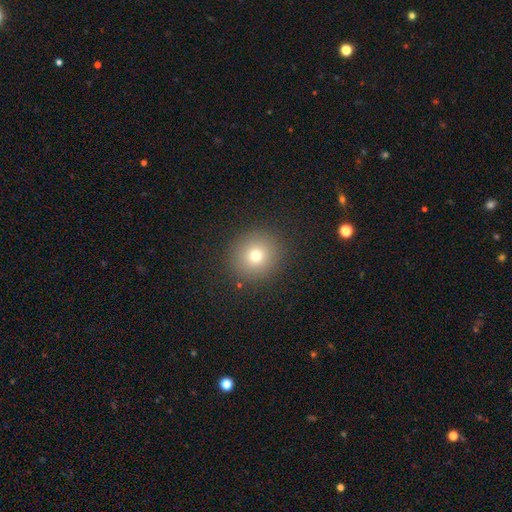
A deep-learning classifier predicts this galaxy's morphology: Smooth or featured?
  - smooth: 74% *
  - star or artifact: 15%
  - featured or disk: 11%
How rounded?
  - round: 90% *
  - in between: 9%
  - cigar-shaped: 1%
Merging?
  - none: 89% *
  - minor disturbance: 6%
  - major disturbance: 3%
  - merger: 1%